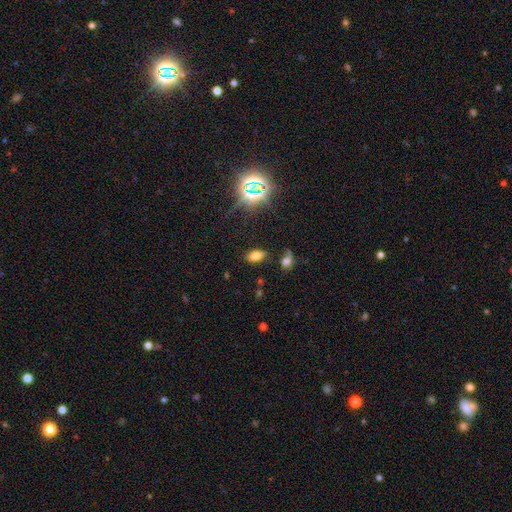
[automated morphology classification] A smooth galaxy with no disk features (67%) that is in between round and cigar-shaped (90%).

Vote fractions:
- Smooth or featured? smooth: 67% / star or artifact: 22% / featured or disk: 11%
- How rounded? in between: 90% / round: 6% / cigar-shaped: 4%
- Merging? none: 82% / minor disturbance: 10% / merger: 4% / major disturbance: 3%